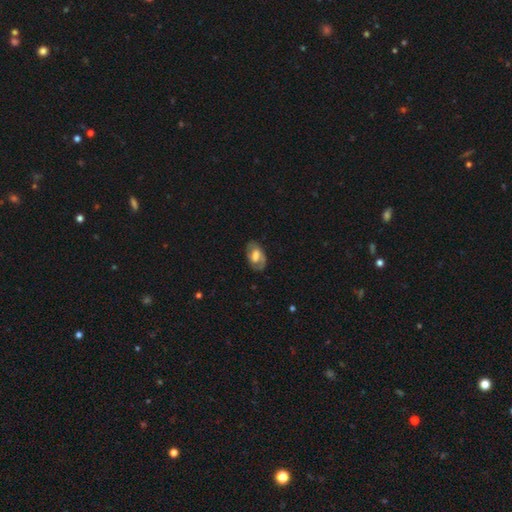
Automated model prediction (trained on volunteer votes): The model was most divided on "smooth or featured": featured or disk: 48%, smooth: 44%, star or artifact: 7%. More confident: merging — none (75%).